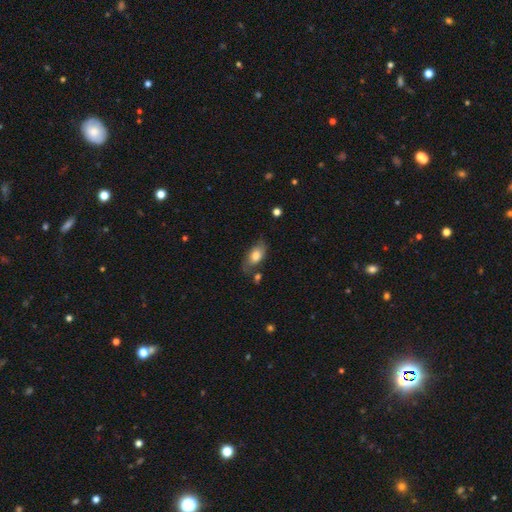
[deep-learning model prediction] smooth-or-featured: smooth: 65% | featured or disk: 28% | star or artifact: 7%
  how-rounded: in between: 89% | round: 6% | cigar-shaped: 5%
  merging: none: 59% | minor disturbance: 25% | major disturbance: 9% | merger: 6%